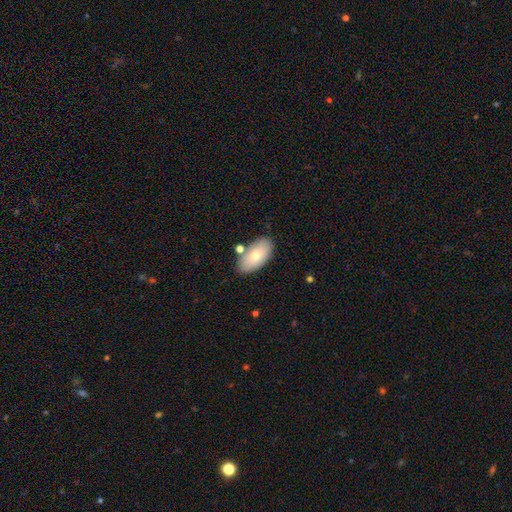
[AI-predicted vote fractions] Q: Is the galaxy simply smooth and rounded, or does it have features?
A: smooth — 70%.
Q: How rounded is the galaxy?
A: in between — 94%.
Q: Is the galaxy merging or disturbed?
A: none — 78%.